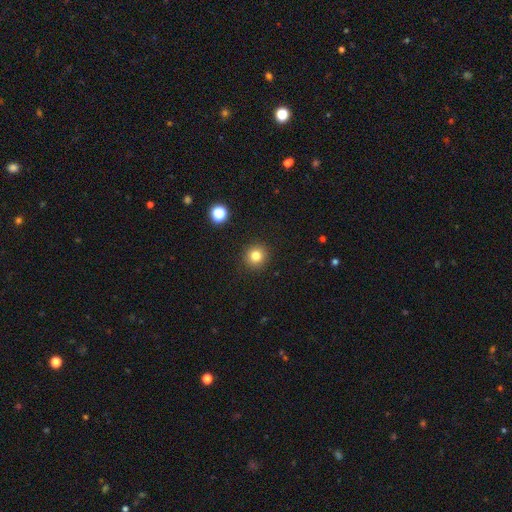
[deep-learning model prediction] This appears to be a smooth galaxy with no disk features (81%) that is round (93%). Merging: none (91%).